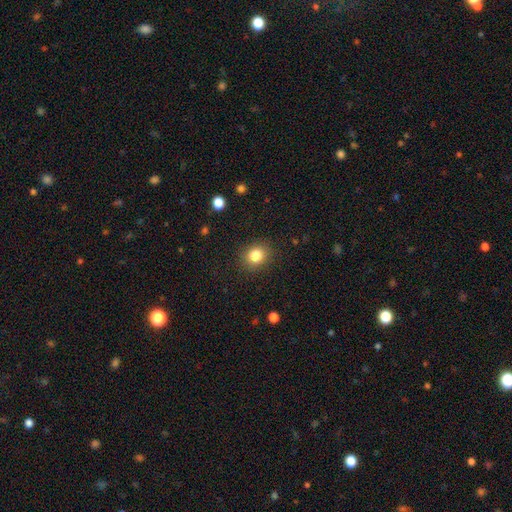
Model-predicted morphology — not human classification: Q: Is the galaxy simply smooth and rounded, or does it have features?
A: smooth — 83%.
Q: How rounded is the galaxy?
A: round — 69%.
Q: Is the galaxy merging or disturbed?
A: none — 87%.